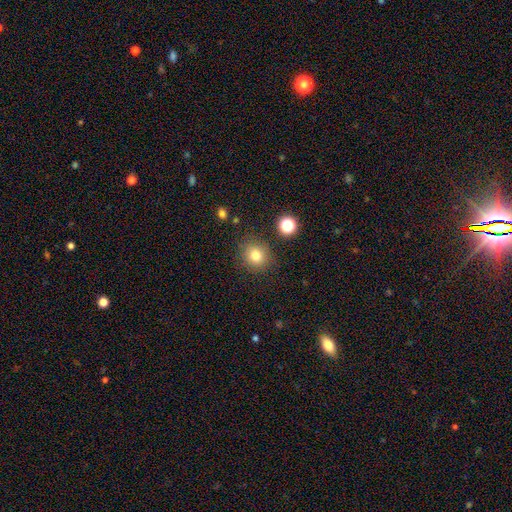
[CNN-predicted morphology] smooth 79%, star or artifact 13%, featured or disk 8%. Down the decision tree: how rounded — round (86%); merging — none (84%).